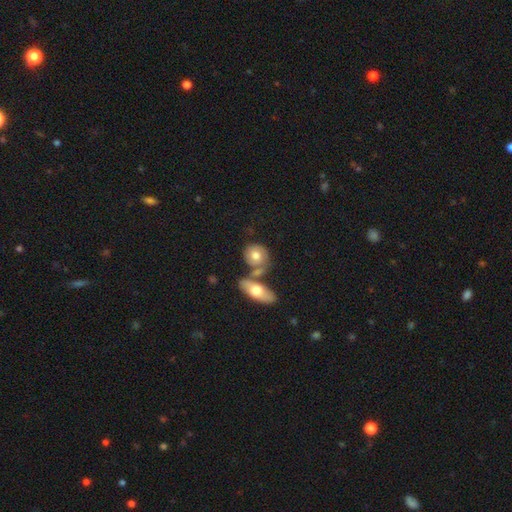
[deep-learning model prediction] Overall: smooth (64%; featured or disk 30%). How rounded: round (50%; in between 46%). Merging: none (47%; merger 35%).